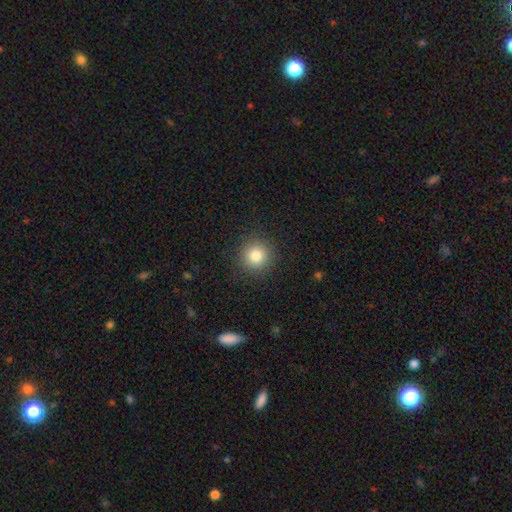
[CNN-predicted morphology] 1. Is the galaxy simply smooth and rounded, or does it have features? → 82% smooth, 11% star or artifact, 6% featured or disk.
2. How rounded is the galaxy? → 94% round, 5% in between, 1% cigar-shaped.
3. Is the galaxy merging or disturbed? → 90% none, 6% minor disturbance, 2% major disturbance, 1% merger.